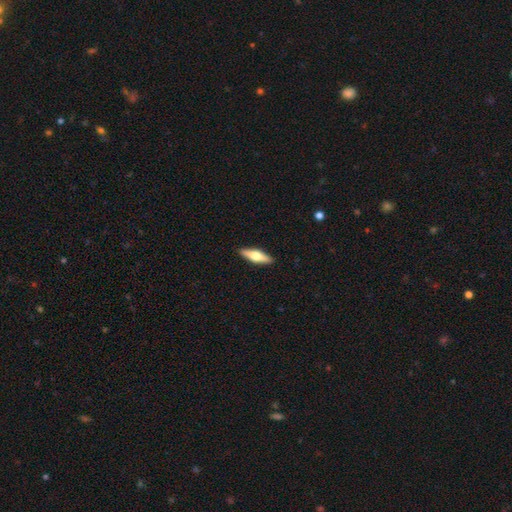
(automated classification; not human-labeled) A featured or disk galaxy (51%) viewed edge-on (94%). Merging: none (91%).